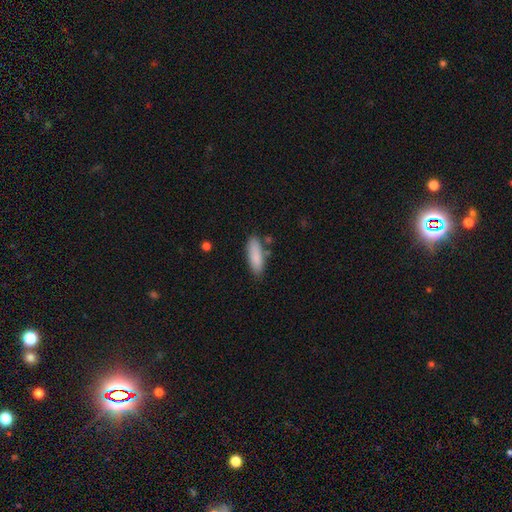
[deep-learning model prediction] smooth_or_featured: smooth (p=0.86) [alt: featured or disk p=0.08]
how_rounded: in between (p=0.57) [alt: cigar-shaped p=0.41]
merging: none (p=0.76) [alt: minor disturbance p=0.15]